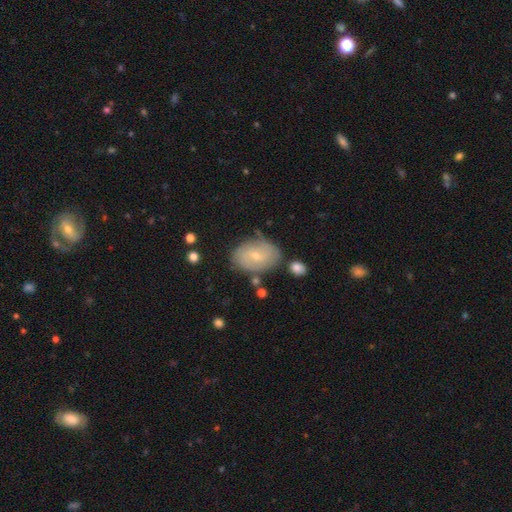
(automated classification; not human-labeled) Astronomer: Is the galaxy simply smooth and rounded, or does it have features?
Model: featured or disk — 47% (runner-up: smooth, 45%).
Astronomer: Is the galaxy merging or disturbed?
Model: none — 70%.